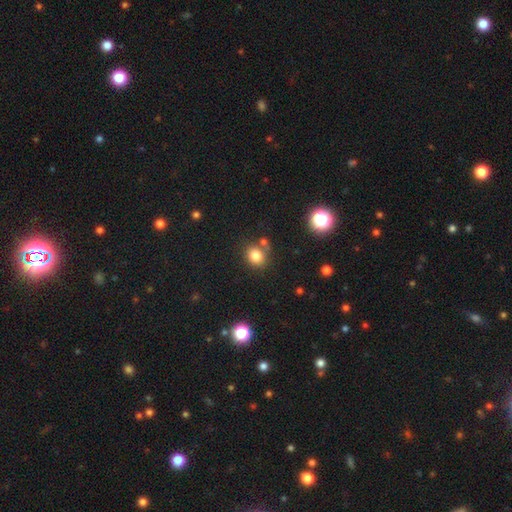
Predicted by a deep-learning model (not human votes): smooth_or_featured: smooth (p=0.81) [alt: star or artifact p=0.13]
how_rounded: round (p=0.73) [alt: in between p=0.26]
merging: none (p=0.72) [alt: merger p=0.13]